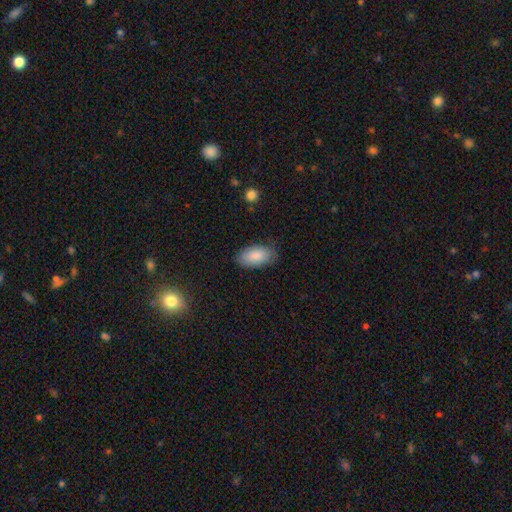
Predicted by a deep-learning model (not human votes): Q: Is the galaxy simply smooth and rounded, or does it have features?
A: smooth — 87%.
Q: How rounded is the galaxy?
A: in between — 94%.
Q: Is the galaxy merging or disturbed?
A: none — 81%.